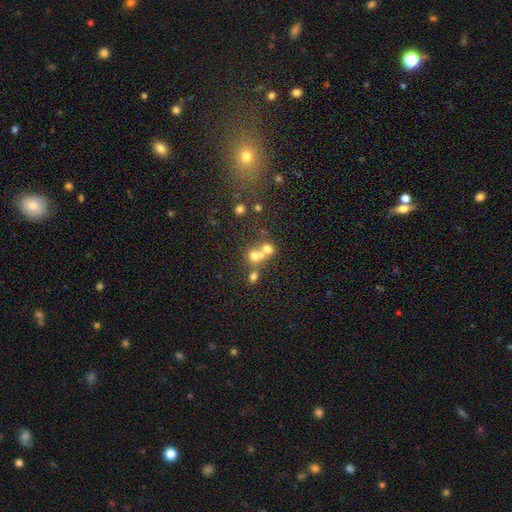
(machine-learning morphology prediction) Q: Smooth or featured?
A: smooth (61%); runner-up: featured or disk (20%)
Q: How rounded?
A: round (81%); runner-up: in between (18%)
Q: Merging?
A: merger (55%); runner-up: none (35%)